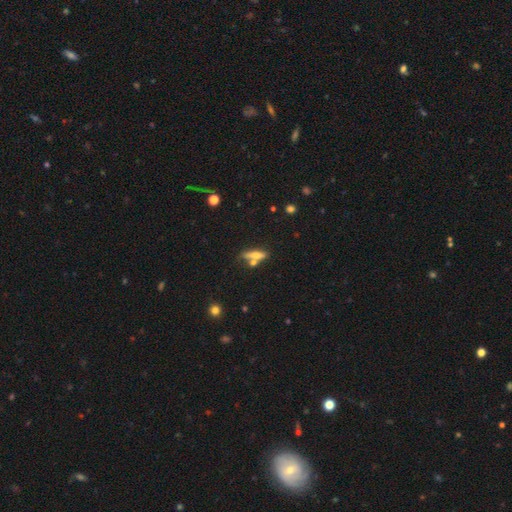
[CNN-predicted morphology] smooth_or_featured: smooth (p=0.52) [alt: featured or disk p=0.39]
how_rounded: cigar-shaped (p=0.68) [alt: in between p=0.27]
merging: none (p=0.56) [alt: merger p=0.26]